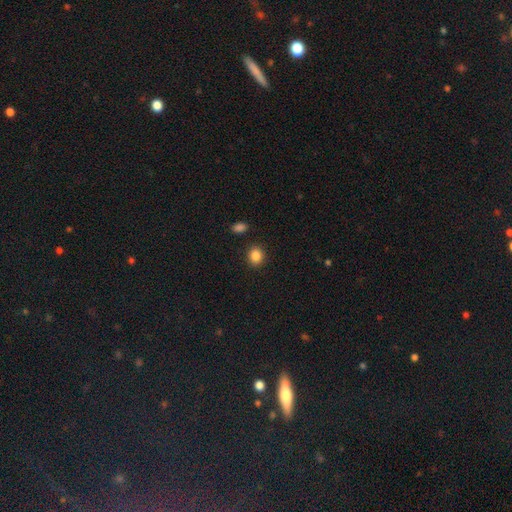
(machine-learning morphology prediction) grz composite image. It shows a smooth galaxy with no disk features (86%) that is round (69%). Merging: none (88%).